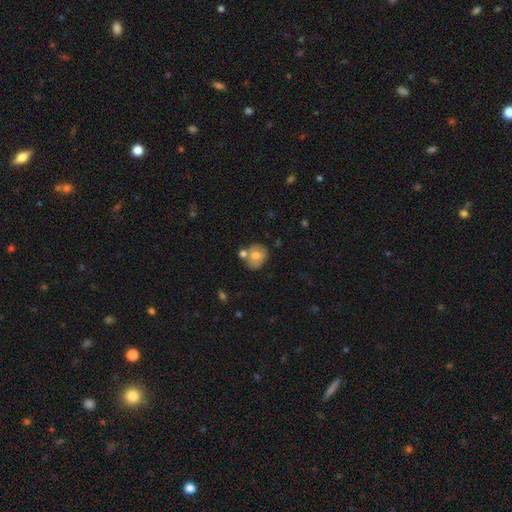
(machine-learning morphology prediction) This appears to be a smooth galaxy with no disk features (69%) that is round (70%). Merging: none (56%).